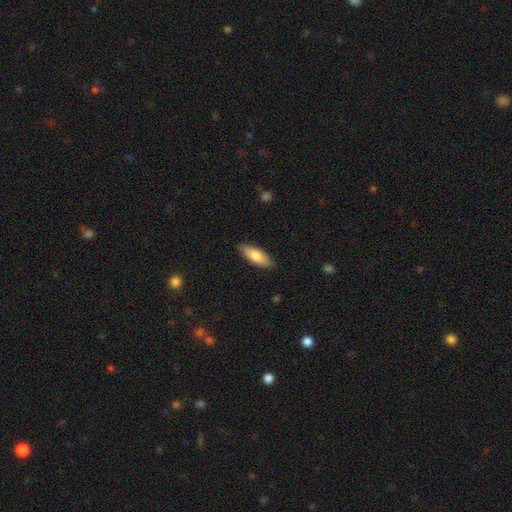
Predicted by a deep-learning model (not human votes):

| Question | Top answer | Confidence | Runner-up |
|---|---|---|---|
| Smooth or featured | smooth | 79% | featured or disk (15%) |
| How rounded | in between | 67% | cigar-shaped (31%) |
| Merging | none | 88% | minor disturbance (9%) |